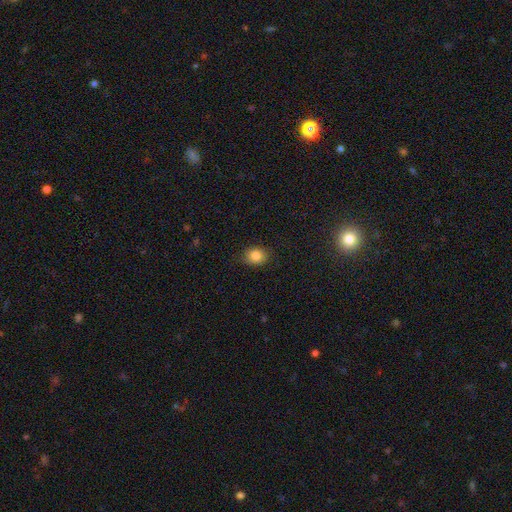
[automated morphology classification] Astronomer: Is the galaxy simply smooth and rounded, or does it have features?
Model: smooth — 84%.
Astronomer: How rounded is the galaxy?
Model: round — 57% (runner-up: in between, 42%).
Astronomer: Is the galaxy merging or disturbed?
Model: none — 82%.